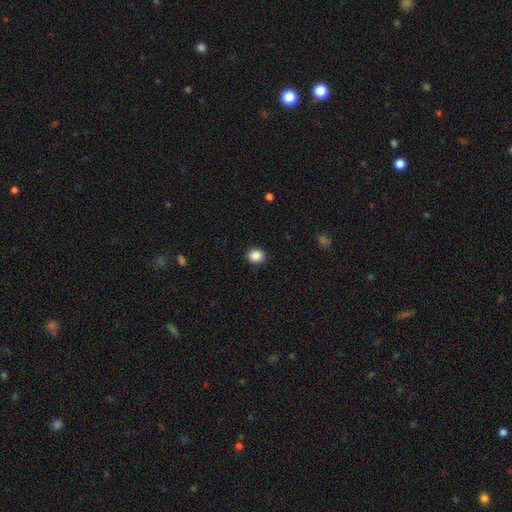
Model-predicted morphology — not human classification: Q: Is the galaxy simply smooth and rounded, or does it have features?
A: smooth — 88%.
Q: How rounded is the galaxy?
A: round — 79%.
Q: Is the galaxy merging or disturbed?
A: none — 91%.